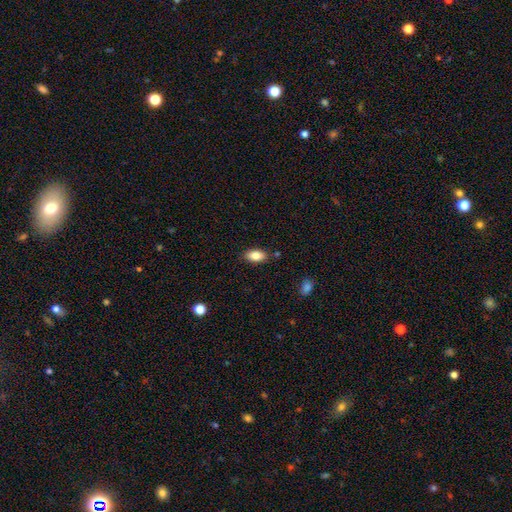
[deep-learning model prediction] A smooth galaxy with no disk features (84%) that is in between round and cigar-shaped (91%).

Vote fractions:
- Smooth or featured? smooth: 84% / featured or disk: 9% / star or artifact: 8%
- How rounded? in between: 91% / round: 5% / cigar-shaped: 4%
- Merging? none: 84% / minor disturbance: 11% / merger: 3% / major disturbance: 2%